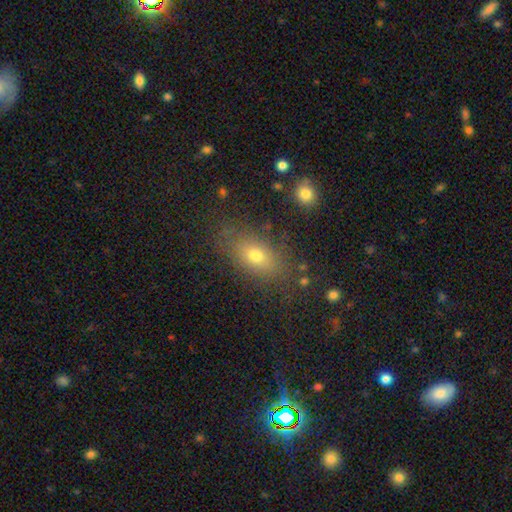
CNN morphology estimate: Smooth or featured? smooth (71%)
How rounded? in between (80%)
Merging? none (78%)